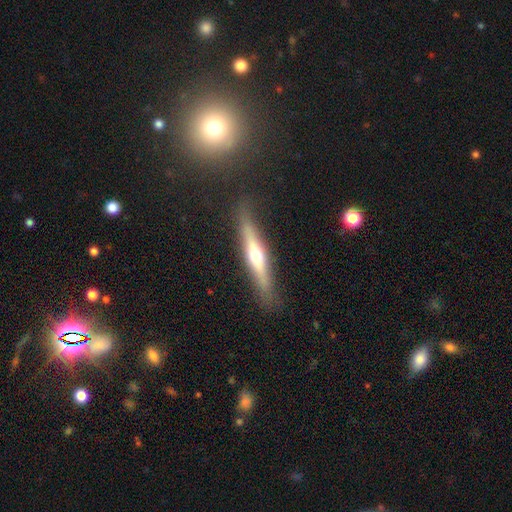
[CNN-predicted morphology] A featured or disk galaxy (59%) viewed edge-on (92%) with a rounded central bulge (86%). Merging: none (83%).